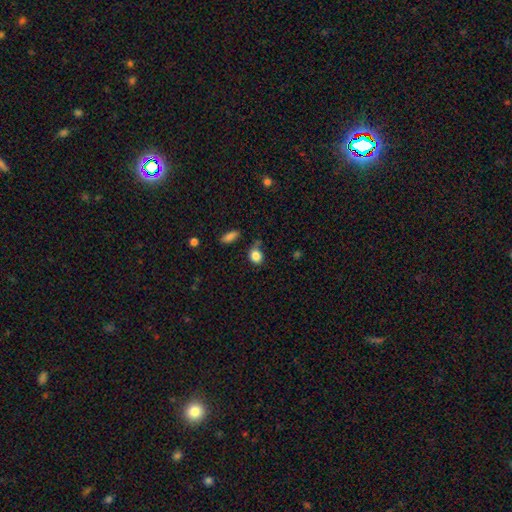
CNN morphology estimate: The model was most divided on "how rounded": round: 62%, in between: 36%, cigar-shaped: 2%. More confident: smooth or featured — smooth (85%); merging — none (65%).